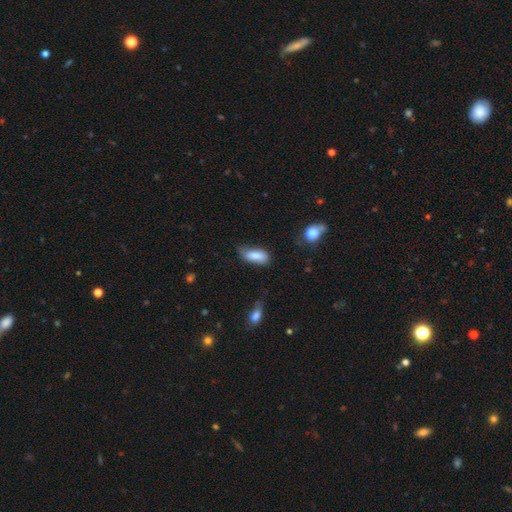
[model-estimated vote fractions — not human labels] Smooth or featured? smooth (83%)
How rounded? in between (81%)
Merging? none (54%)